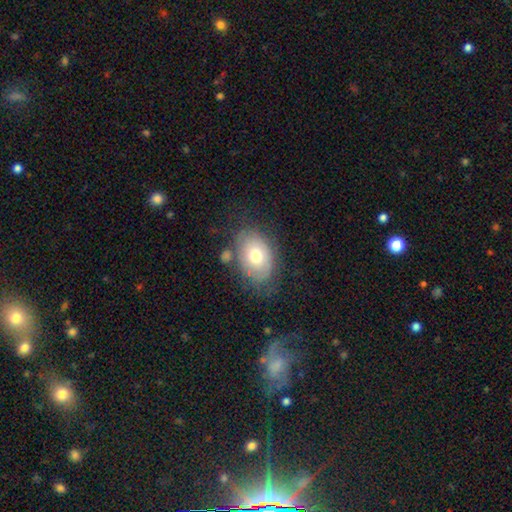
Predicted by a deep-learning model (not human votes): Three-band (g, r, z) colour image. It shows a smooth galaxy with no disk features (64%) that is in between round and cigar-shaped (80%). Merging: none (64%).